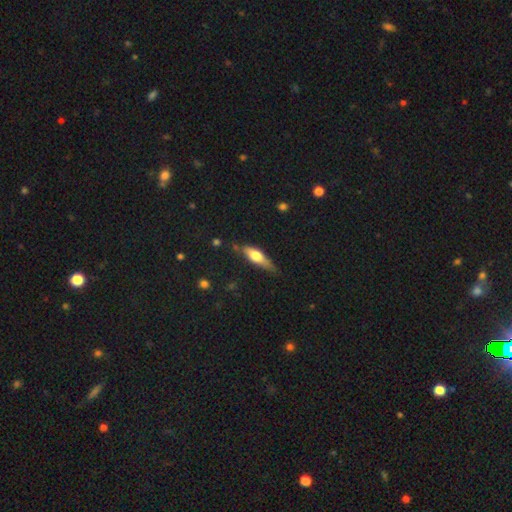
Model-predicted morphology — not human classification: This is possibly a smooth galaxy (53%). How rounded: possibly cigar-shaped (55%). Merging: likely none (65%).